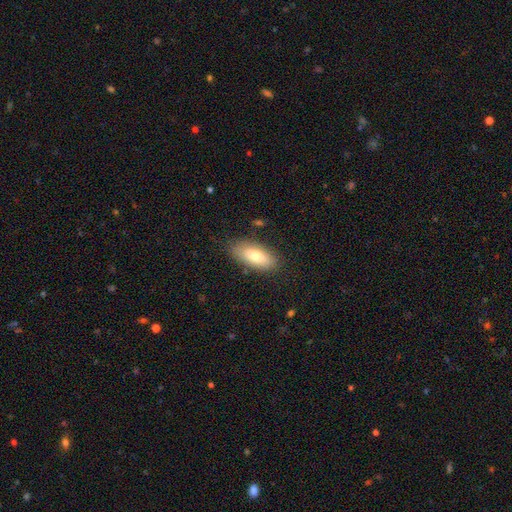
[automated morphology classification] The model was most divided on "smooth or featured": smooth: 73%, featured or disk: 20%, star or artifact: 7%. More confident: how rounded — in between (84%); merging — none (82%).